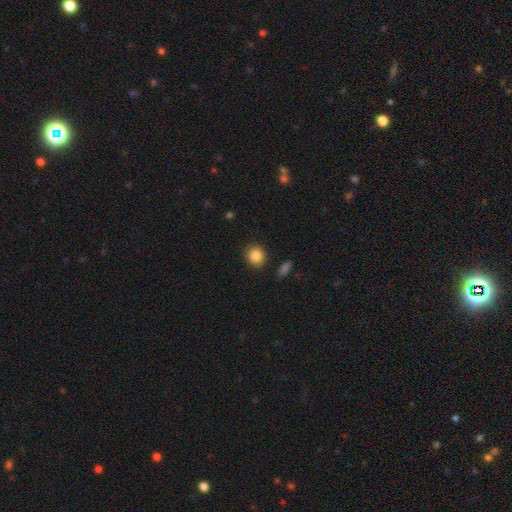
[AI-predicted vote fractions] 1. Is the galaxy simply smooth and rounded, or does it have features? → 86% smooth, 9% star or artifact, 5% featured or disk.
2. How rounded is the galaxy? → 79% round, 20% in between, 1% cigar-shaped.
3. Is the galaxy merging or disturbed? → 89% none, 7% minor disturbance, 2% major disturbance, 2% merger.